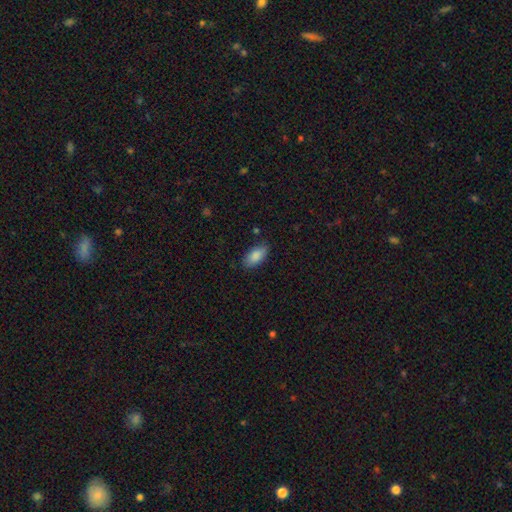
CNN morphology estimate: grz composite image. It shows a smooth galaxy with no disk features (86%) that is in between round and cigar-shaped (90%). Merging: none (82%).